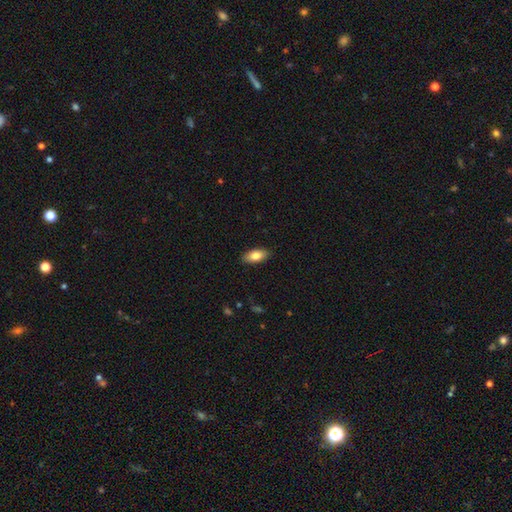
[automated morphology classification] A smooth galaxy with no disk features (80%) that is in between round and cigar-shaped (87%).

Vote fractions:
- Smooth or featured? smooth: 80% / featured or disk: 13% / star or artifact: 7%
- How rounded? in between: 87% / cigar-shaped: 10% / round: 3%
- Merging? none: 88% / minor disturbance: 9% / major disturbance: 2% / merger: 1%